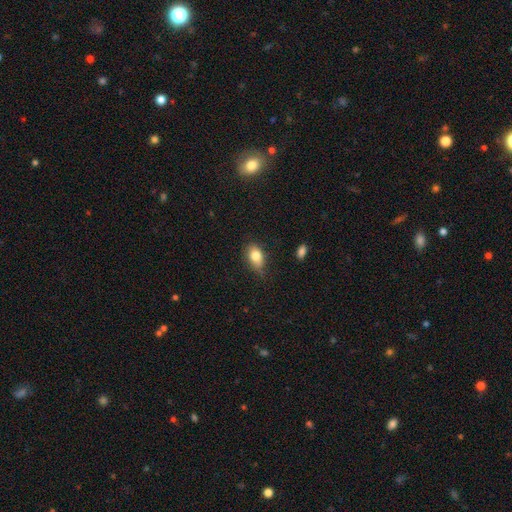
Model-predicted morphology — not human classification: smooth_or_featured: smooth (p=0.81) [alt: featured or disk p=0.11]
how_rounded: in between (p=0.84) [alt: round p=0.14]
merging: none (p=0.61) [alt: minor disturbance p=0.31]